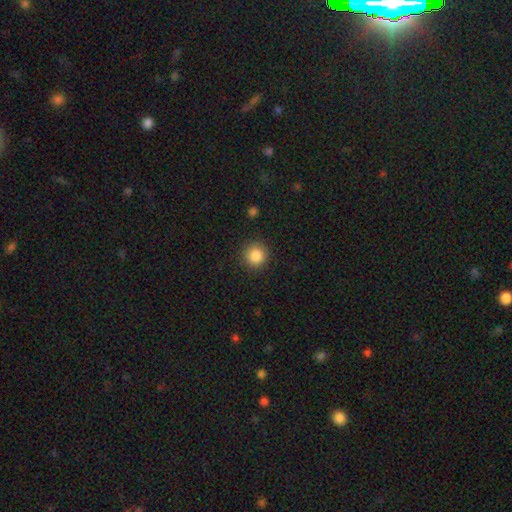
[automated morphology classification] A smooth galaxy with no disk features (86%) that is round (94%).

Vote fractions:
- Smooth or featured? smooth: 86% / star or artifact: 10% / featured or disk: 4%
- How rounded? round: 94% / in between: 5% / cigar-shaped: 1%
- Merging? none: 90% / minor disturbance: 6% / major disturbance: 2% / merger: 1%